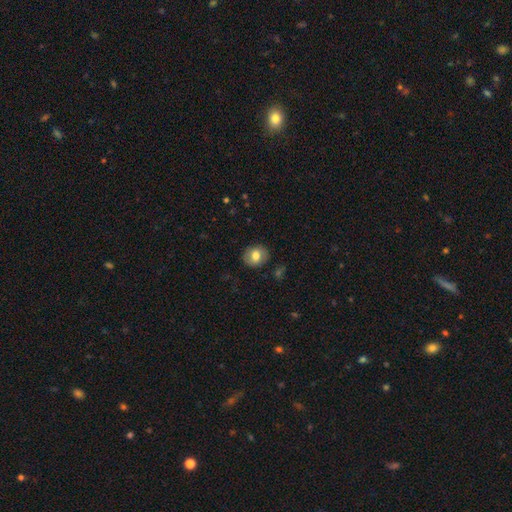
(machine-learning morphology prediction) smooth-or-featured: smooth: 72% | featured or disk: 20% | star or artifact: 8%
  how-rounded: round: 66% | in between: 33% | cigar-shaped: 1%
  merging: none: 86% | minor disturbance: 10% | major disturbance: 3% | merger: 1%